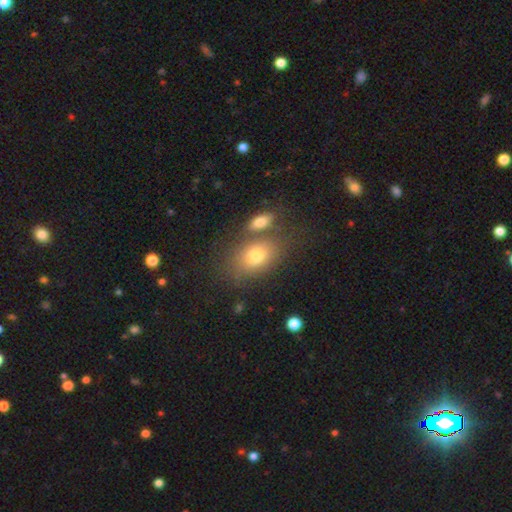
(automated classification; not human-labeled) Smooth or featured? smooth (74%)
How rounded? in between (77%)
Merging? none (59%)